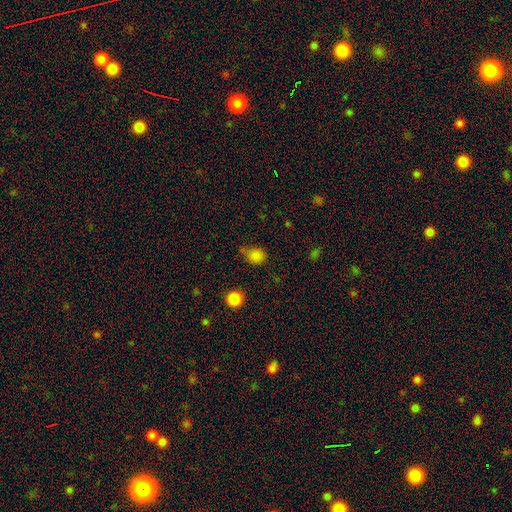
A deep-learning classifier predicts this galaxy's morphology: Smooth or featured: smooth — 80% (star or artifact — 16%)
How rounded: round — 60% (in between — 38%)
Merging: none — 61% (minor disturbance — 26%)